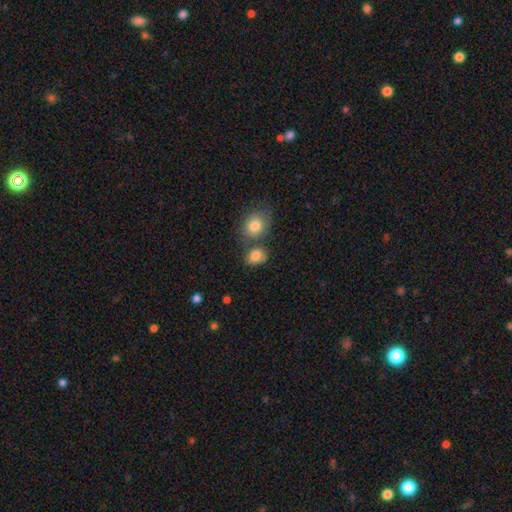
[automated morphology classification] Smooth or featured? smooth (83%)
How rounded? in between (56%)
Merging? none (58%)